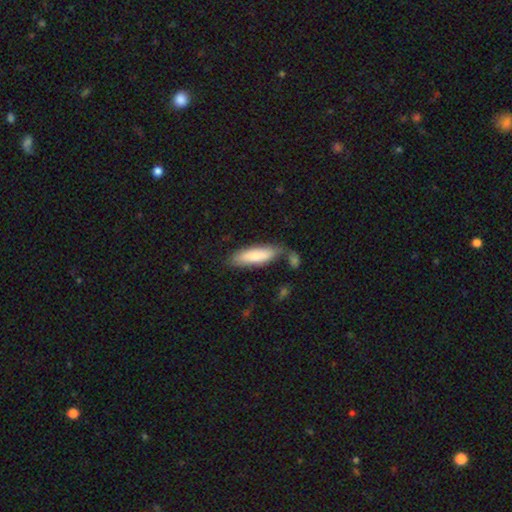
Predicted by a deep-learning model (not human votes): A smooth galaxy with no disk features (78%) that is cigar-shaped (50%).

Vote fractions:
- Smooth or featured? smooth: 78% / featured or disk: 16% / star or artifact: 6%
- How rounded? cigar-shaped: 50% / in between: 48% / round: 2%
- Merging? none: 63% / minor disturbance: 19% / merger: 12% / major disturbance: 6%